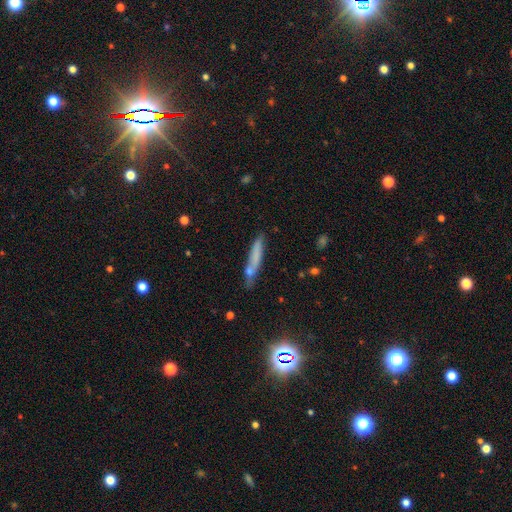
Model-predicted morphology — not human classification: smooth 65%, featured or disk 25%, star or artifact 9%. Down the decision tree: how rounded — cigar-shaped (91%); merging — none (65%).